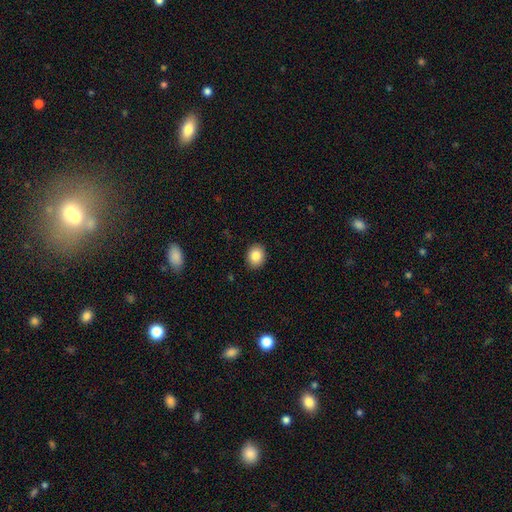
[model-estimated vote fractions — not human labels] This is clearly a smooth galaxy (85%). How rounded: possibly round (59%). Merging: clearly none (90%).